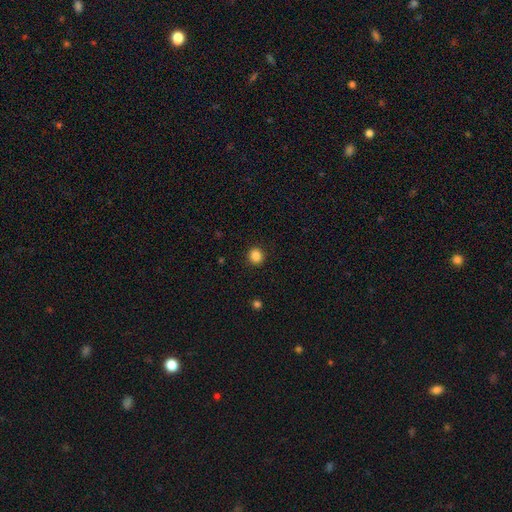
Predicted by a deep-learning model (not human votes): smooth-or-featured: smooth: 86% | star or artifact: 11% | featured or disk: 3%
  how-rounded: round: 86% | in between: 13% | cigar-shaped: 1%
  merging: none: 91% | minor disturbance: 6% | major disturbance: 2% | merger: 1%